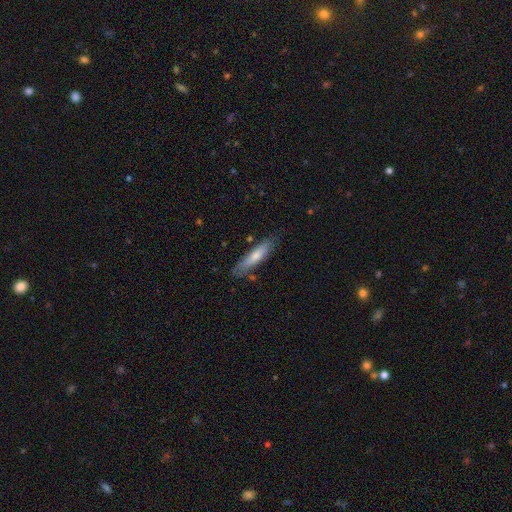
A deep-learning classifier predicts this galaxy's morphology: The model was most divided on "smooth or featured": smooth: 65%, featured or disk: 29%, star or artifact: 6%. More confident: how rounded — cigar-shaped (77%); merging — none (74%).